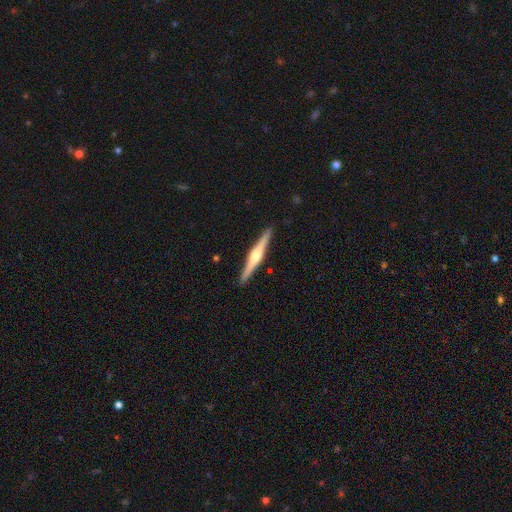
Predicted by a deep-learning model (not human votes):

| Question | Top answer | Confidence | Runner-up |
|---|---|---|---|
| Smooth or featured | featured or disk | 77% | smooth (18%) |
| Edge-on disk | yes | 98% | no (2%) |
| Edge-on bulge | rounded | 82% | boxy (14%) |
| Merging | none | 92% | minor disturbance (6%) |